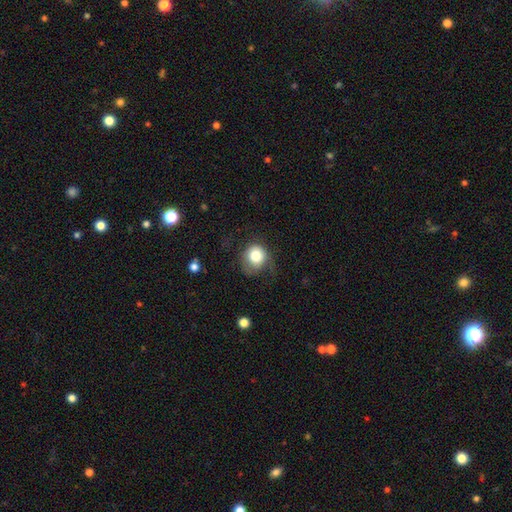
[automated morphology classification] Smooth or featured? smooth (80%)
How rounded? round (81%)
Merging? none (50%)